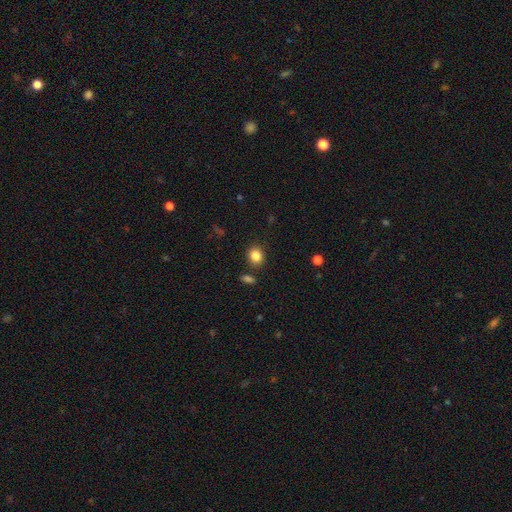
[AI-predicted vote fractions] Smooth or featured? Predicted: smooth (p=0.85). How rounded? Predicted: round (p=0.60). Merging? Predicted: none (p=0.82).